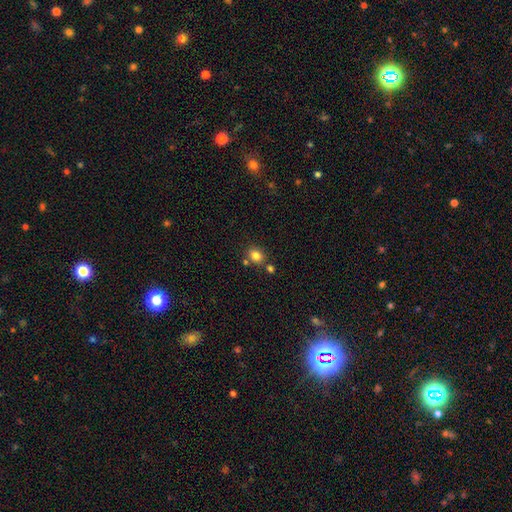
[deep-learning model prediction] smooth_or_featured: smooth (p=0.81) [alt: star or artifact p=0.12]
how_rounded: round (p=0.61) [alt: in between p=0.38]
merging: none (p=0.73) [alt: merger p=0.13]